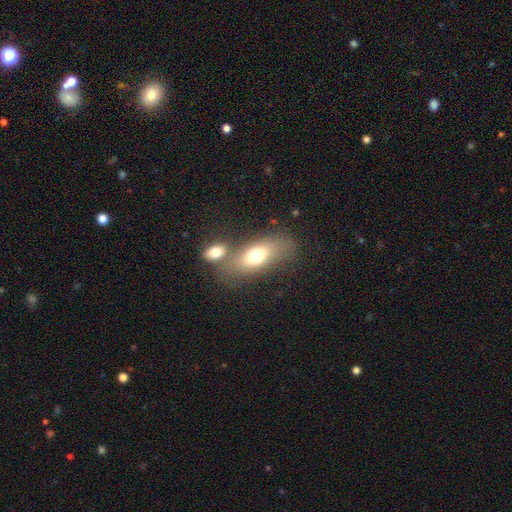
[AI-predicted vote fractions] Overall: smooth (71%). How rounded: in between (82%). Merging: none (48%; merger 32%).